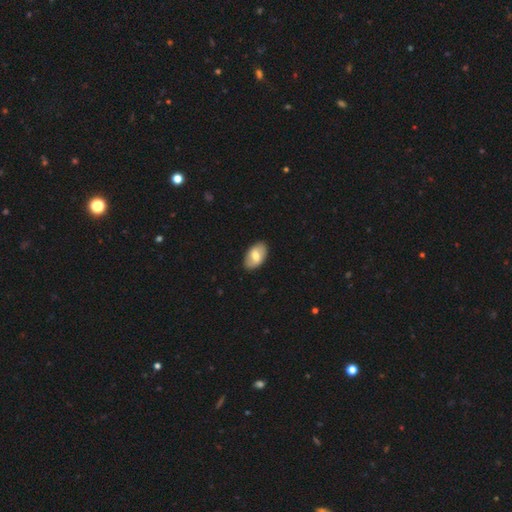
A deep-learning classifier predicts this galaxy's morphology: A smooth galaxy with no disk features (63%) that is in between round and cigar-shaped (93%).

Vote fractions:
- Smooth or featured? smooth: 63% / featured or disk: 31% / star or artifact: 6%
- How rounded? in between: 93% / round: 6% / cigar-shaped: 2%
- Merging? none: 87% / minor disturbance: 10% / major disturbance: 2% / merger: 1%